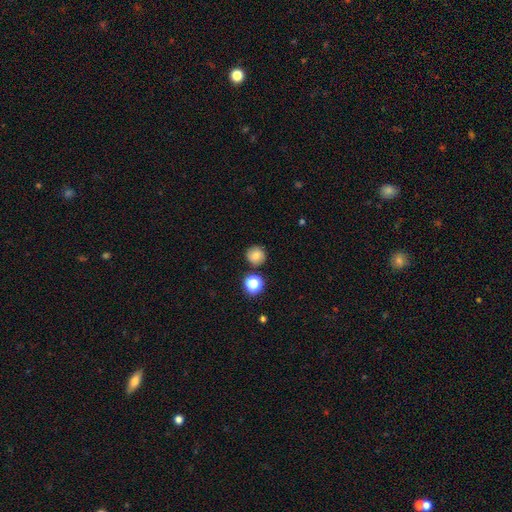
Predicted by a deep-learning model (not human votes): This appears to be a smooth galaxy with no disk features (78%) that is round (93%). Merging: none (84%).